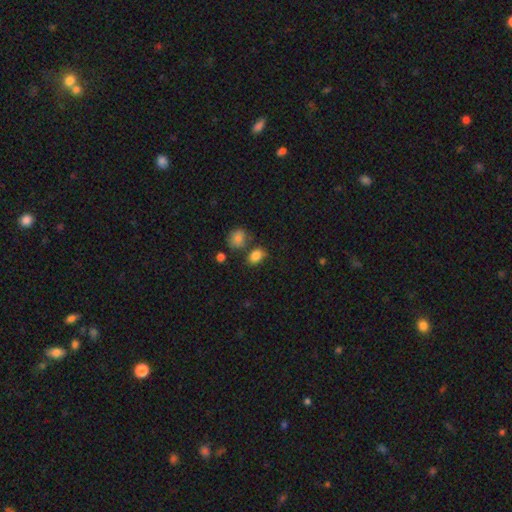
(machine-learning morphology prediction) Smooth or featured?
  - smooth: 84% *
  - star or artifact: 10%
  - featured or disk: 5%
How rounded?
  - in between: 74% *
  - round: 24%
  - cigar-shaped: 1%
Merging?
  - none: 64% *
  - minor disturbance: 16%
  - merger: 15%
  - major disturbance: 5%